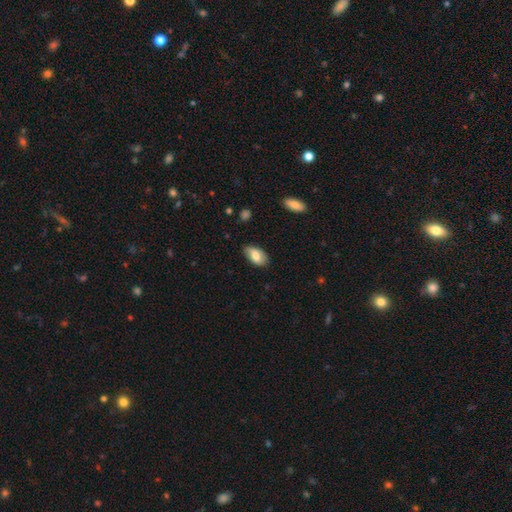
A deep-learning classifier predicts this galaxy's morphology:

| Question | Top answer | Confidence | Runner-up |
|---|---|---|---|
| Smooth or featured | smooth | 77% | featured or disk (16%) |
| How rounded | in between | 94% | round (4%) |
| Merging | none | 75% | minor disturbance (21%) |